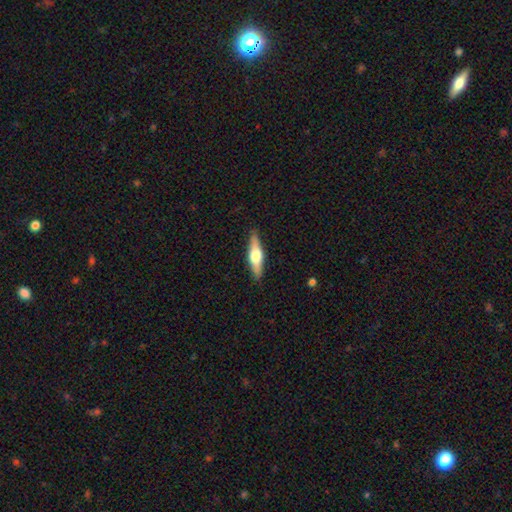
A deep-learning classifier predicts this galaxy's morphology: Smooth or featured? Predicted: featured or disk (p=0.57). Edge-on disk? Predicted: yes (p=0.95). Edge-on bulge? Predicted: rounded (p=0.94). Merging? Predicted: none (p=0.89).